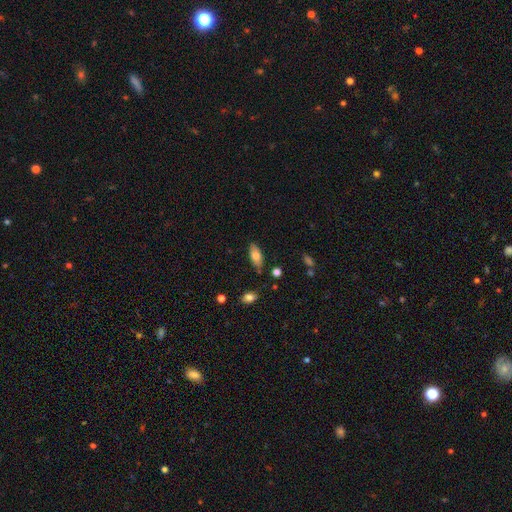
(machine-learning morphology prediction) A smooth galaxy with no disk features (75%) that is in between round and cigar-shaped (87%).

Vote fractions:
- Smooth or featured? smooth: 75% / featured or disk: 18% / star or artifact: 7%
- How rounded? in between: 87% / cigar-shaped: 10% / round: 3%
- Merging? none: 83% / minor disturbance: 12% / merger: 3% / major disturbance: 2%